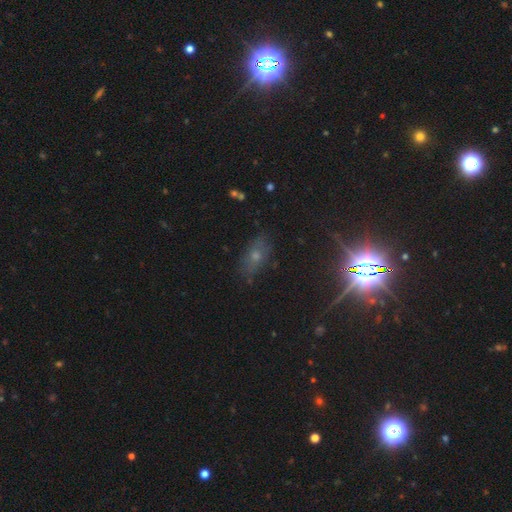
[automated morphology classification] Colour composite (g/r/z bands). It shows a smooth galaxy with no disk features (45%). Merging: none (76%).